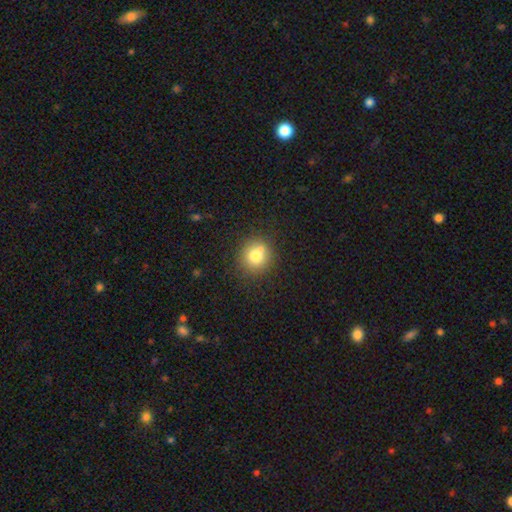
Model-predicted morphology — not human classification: Overall: smooth (75%). How rounded: round (85%). Merging: none (70%).